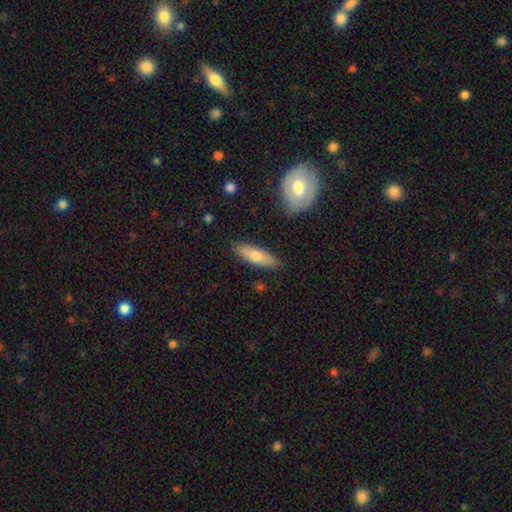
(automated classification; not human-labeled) smooth_or_featured: smooth (p=0.71) [alt: featured or disk p=0.23]
how_rounded: cigar-shaped (p=0.54) [alt: in between p=0.44]
merging: none (p=0.84) [alt: minor disturbance p=0.11]